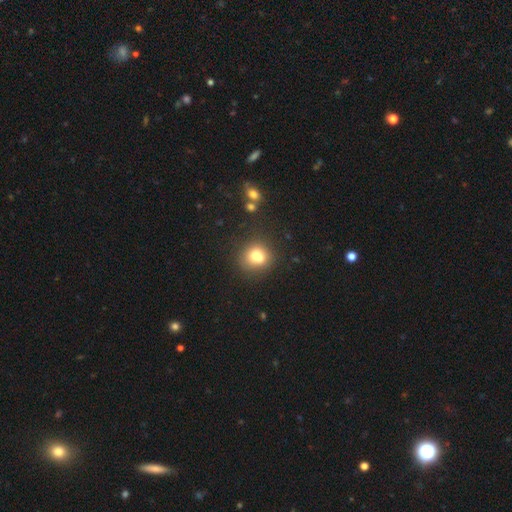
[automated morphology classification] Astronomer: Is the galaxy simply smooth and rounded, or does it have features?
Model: smooth — 73%.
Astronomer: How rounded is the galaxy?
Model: round — 75%.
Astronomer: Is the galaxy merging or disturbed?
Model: none — 50% (runner-up: merger, 34%).